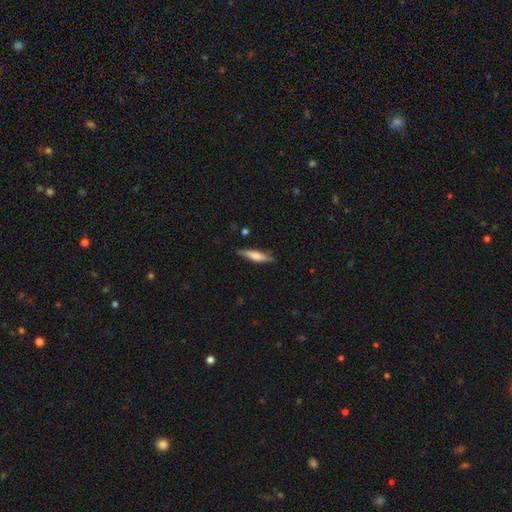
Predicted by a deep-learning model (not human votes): The model was most divided on "smooth or featured": smooth: 58%, featured or disk: 36%, star or artifact: 6%. More confident: merging — none (84%); how rounded — cigar-shaped (81%).